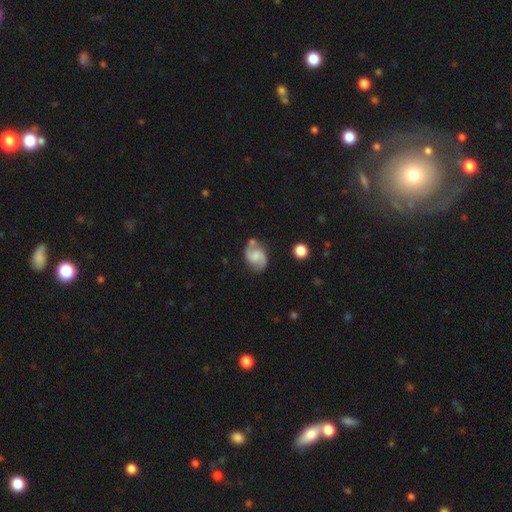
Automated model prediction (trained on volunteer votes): This is likely a featured or disk galaxy (75%). It is clearly not viewed edge-on (98%). Bar: possibly no (46%). Spiral arm pattern: clearly yes (95%). Spiral arm count: clearly 2 (92%). Spiral winding: possibly medium (48%). Central bulge: marginally none (35%). Merging: likely none (70%).